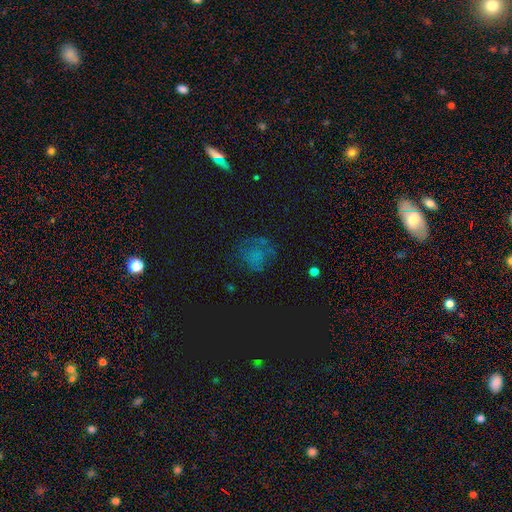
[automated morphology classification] type=smooth (46%); merging=none (55%).